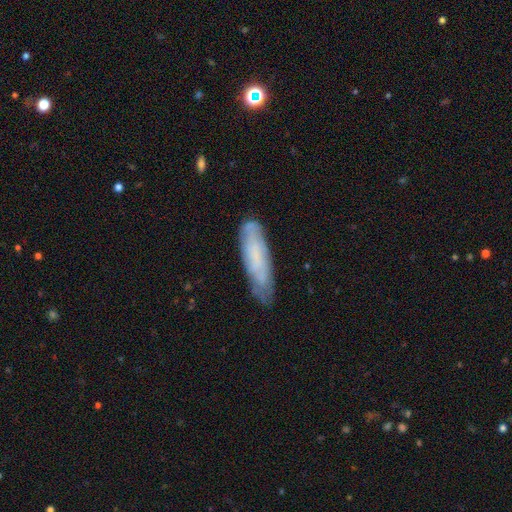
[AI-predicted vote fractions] Smooth or featured?
  - smooth: 54% *
  - featured or disk: 38%
  - star or artifact: 8%
How rounded?
  - cigar-shaped: 65% *
  - in between: 33%
  - round: 2%
Merging?
  - none: 72% *
  - minor disturbance: 21%
  - major disturbance: 5%
  - merger: 2%